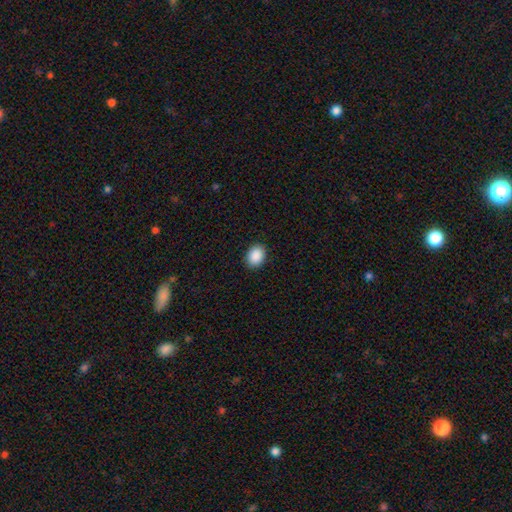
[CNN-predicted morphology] This appears to be a smooth galaxy with no disk features (90%) that is in between round and cigar-shaped (66%). Merging: none (91%).